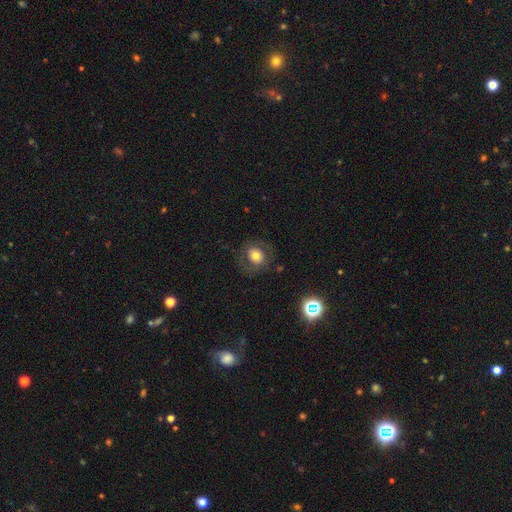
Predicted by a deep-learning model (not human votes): Q: Smooth or featured?
A: smooth (61%); runner-up: featured or disk (27%)
Q: How rounded?
A: round (75%); runner-up: in between (24%)
Q: Merging?
A: none (77%); runner-up: minor disturbance (12%)